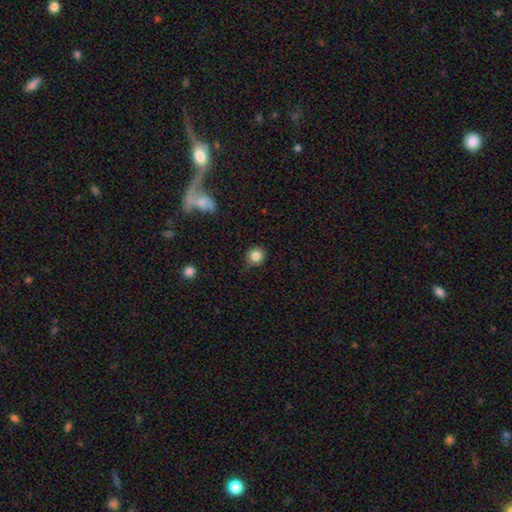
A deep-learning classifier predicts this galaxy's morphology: type=smooth (83%); roundness=round (89%); merging=none (80%).